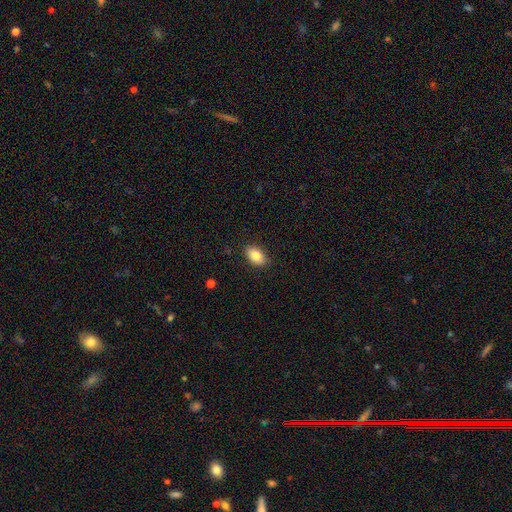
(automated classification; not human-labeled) This appears to be a smooth galaxy with no disk features (84%) that is in between round and cigar-shaped (91%). Merging: none (88%).